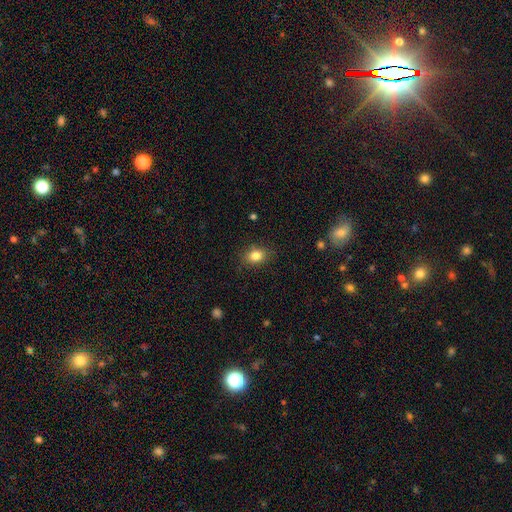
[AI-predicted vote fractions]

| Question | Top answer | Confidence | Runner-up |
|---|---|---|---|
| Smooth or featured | smooth | 83% | star or artifact (10%) |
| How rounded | in between | 69% | round (30%) |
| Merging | none | 84% | minor disturbance (12%) |